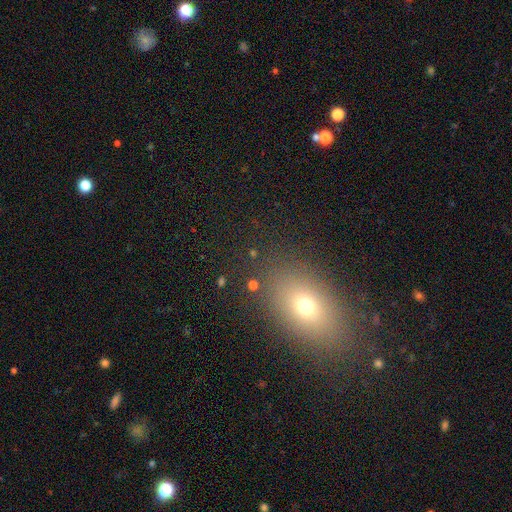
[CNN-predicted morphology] Smooth or featured?
  - smooth: 64% *
  - star or artifact: 23%
  - featured or disk: 14%
How rounded?
  - in between: 70% *
  - round: 27%
  - cigar-shaped: 4%
Merging?
  - none: 84% *
  - minor disturbance: 9%
  - major disturbance: 4%
  - merger: 2%